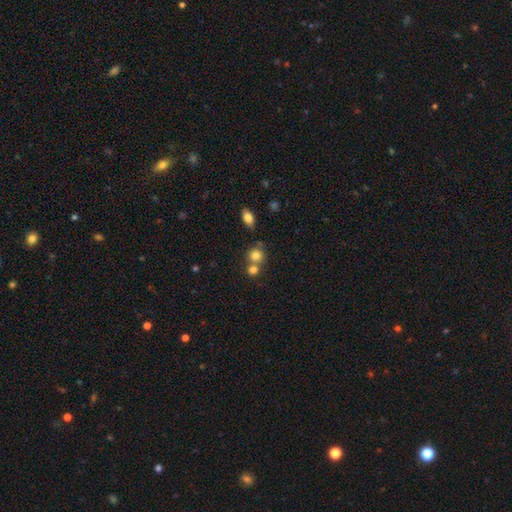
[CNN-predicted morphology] Smooth or featured? Predicted: smooth (p=0.79). How rounded? Predicted: round (p=0.84). Merging? Predicted: none (p=0.51).